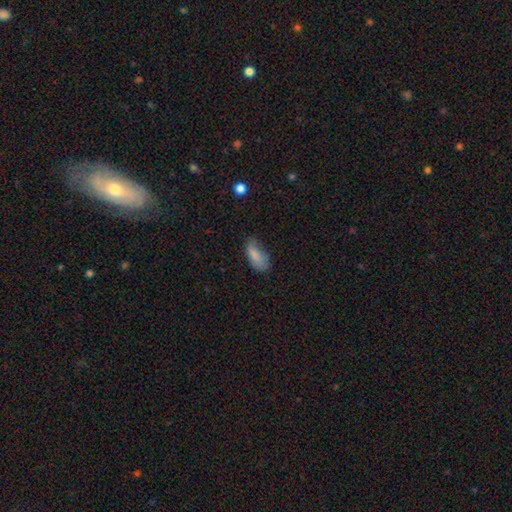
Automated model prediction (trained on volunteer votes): smooth_or_featured: smooth (p=0.83) [alt: featured or disk p=0.09]
how_rounded: in between (p=0.90) [alt: cigar-shaped p=0.07]
merging: none (p=0.53) [alt: minor disturbance p=0.34]